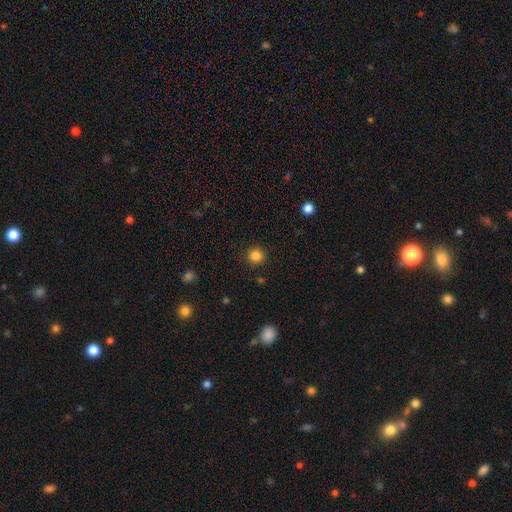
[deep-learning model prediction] Smooth or featured?
  - smooth: 84% *
  - star or artifact: 12%
  - featured or disk: 4%
How rounded?
  - round: 95% *
  - in between: 4%
  - cigar-shaped: 1%
Merging?
  - none: 92% *
  - minor disturbance: 5%
  - major disturbance: 2%
  - merger: 1%